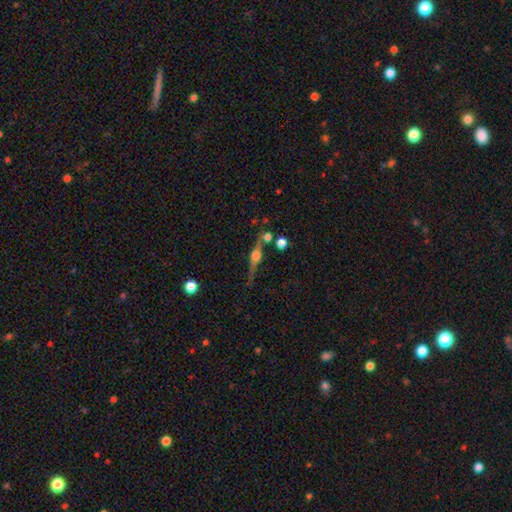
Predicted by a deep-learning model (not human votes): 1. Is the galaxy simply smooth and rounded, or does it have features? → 78% featured or disk, 13% smooth, 9% star or artifact.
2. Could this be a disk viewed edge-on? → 96% yes, 4% no.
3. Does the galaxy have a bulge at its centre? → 90% rounded, 8% boxy, 2% none.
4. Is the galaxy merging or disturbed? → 76% none, 13% minor disturbance, 7% merger, 4% major disturbance.